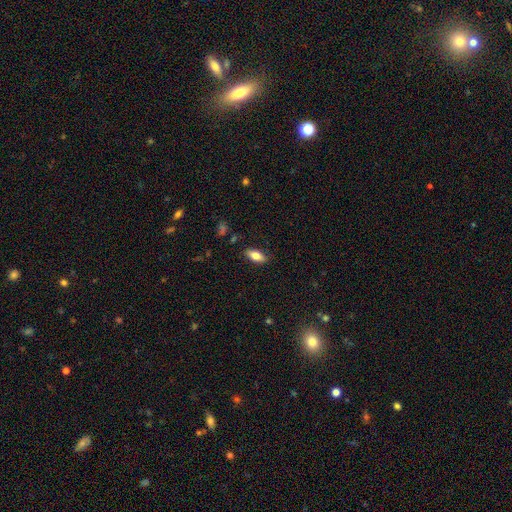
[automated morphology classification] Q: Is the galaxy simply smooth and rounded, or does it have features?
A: smooth — 77%.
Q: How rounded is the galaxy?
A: in between — 84%.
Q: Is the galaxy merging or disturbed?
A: none — 87%.